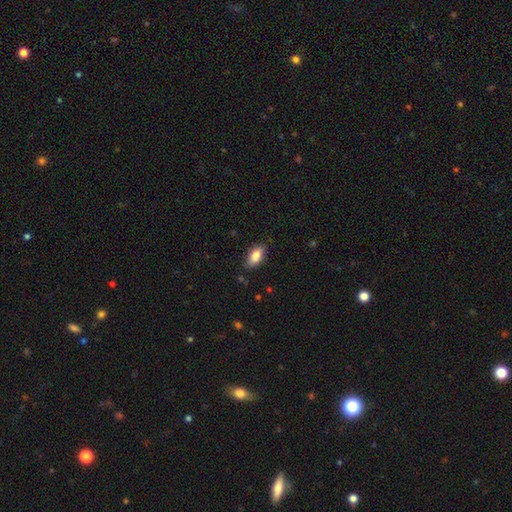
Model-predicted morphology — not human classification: Smooth or featured? smooth (83%)
How rounded? in between (90%)
Merging? none (83%)